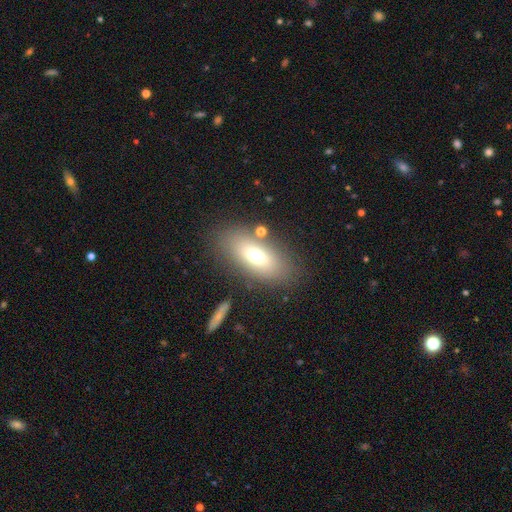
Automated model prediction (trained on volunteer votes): Smooth or featured?
  - smooth: 67% *
  - featured or disk: 23%
  - star or artifact: 10%
How rounded?
  - in between: 84% *
  - cigar-shaped: 12%
  - round: 5%
Merging?
  - none: 78% *
  - minor disturbance: 11%
  - merger: 6%
  - major disturbance: 5%